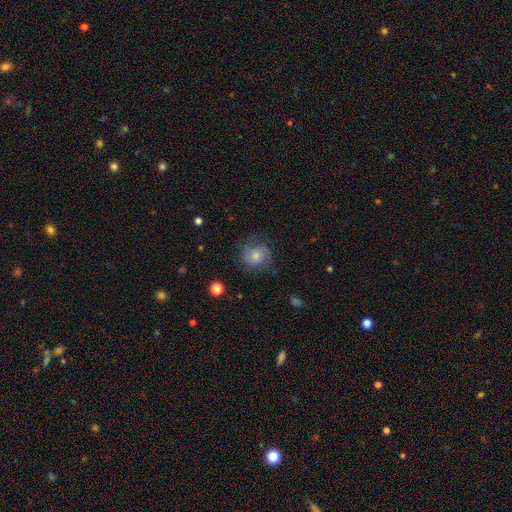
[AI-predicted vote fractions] Smooth or featured: smooth — 51% (featured or disk — 39%)
How rounded: round — 79% (in between — 20%)
Merging: none — 67% (minor disturbance — 20%)